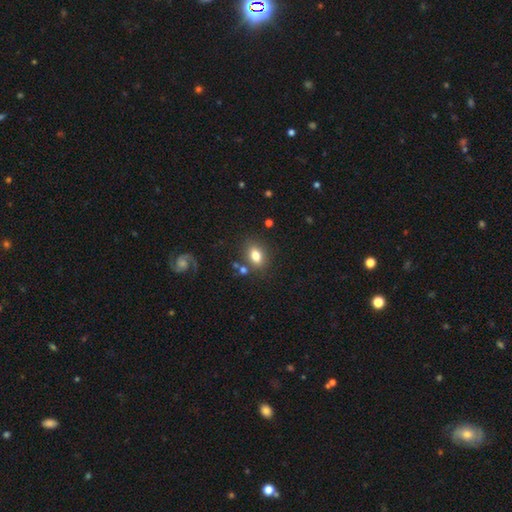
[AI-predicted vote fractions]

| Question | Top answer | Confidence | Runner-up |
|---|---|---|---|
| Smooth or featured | smooth | 79% | featured or disk (11%) |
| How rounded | in between | 74% | round (24%) |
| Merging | none | 76% | minor disturbance (12%) |